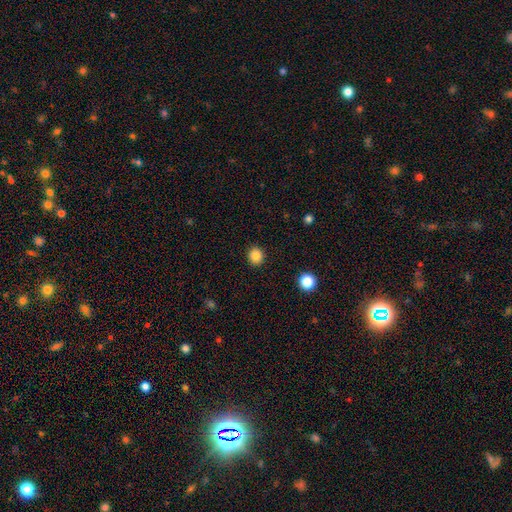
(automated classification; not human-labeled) Smooth or featured?
  - smooth: 85% *
  - star or artifact: 11%
  - featured or disk: 4%
How rounded?
  - round: 84% *
  - in between: 15%
  - cigar-shaped: 1%
Merging?
  - none: 92% *
  - minor disturbance: 5%
  - major disturbance: 2%
  - merger: 1%